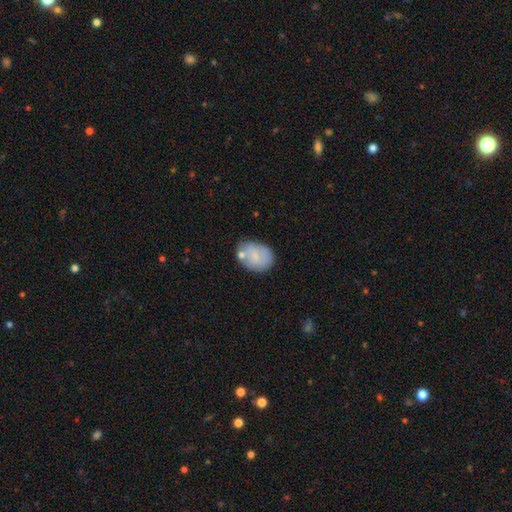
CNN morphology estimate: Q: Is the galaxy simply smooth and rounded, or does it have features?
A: smooth — 72%.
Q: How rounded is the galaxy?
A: in between — 67%.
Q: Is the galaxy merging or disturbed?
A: none — 59%.